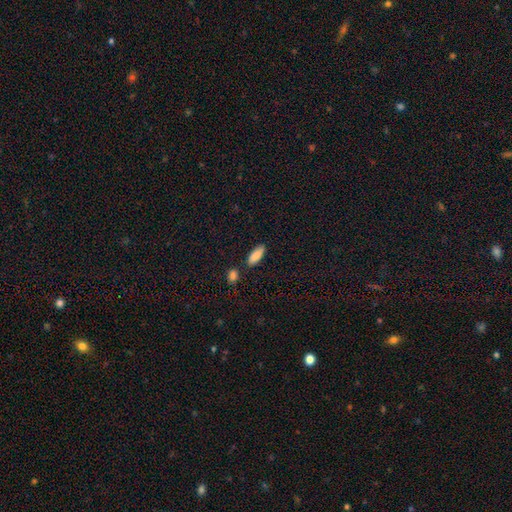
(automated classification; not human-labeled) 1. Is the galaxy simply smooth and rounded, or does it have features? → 87% smooth, 7% featured or disk, 6% star or artifact.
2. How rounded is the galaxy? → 76% in between, 22% cigar-shaped, 2% round.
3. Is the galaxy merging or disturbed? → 79% none, 11% minor disturbance, 7% merger, 3% major disturbance.